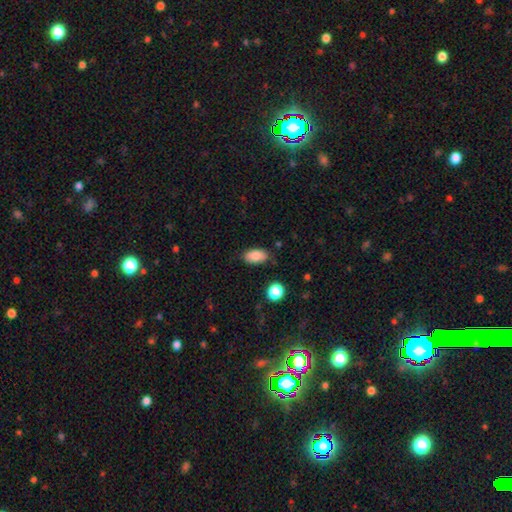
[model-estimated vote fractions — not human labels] smooth_or_featured: smooth (p=0.86) [alt: star or artifact p=0.08]
how_rounded: in between (p=0.93) [alt: round p=0.04]
merging: none (p=0.81) [alt: minor disturbance p=0.14]